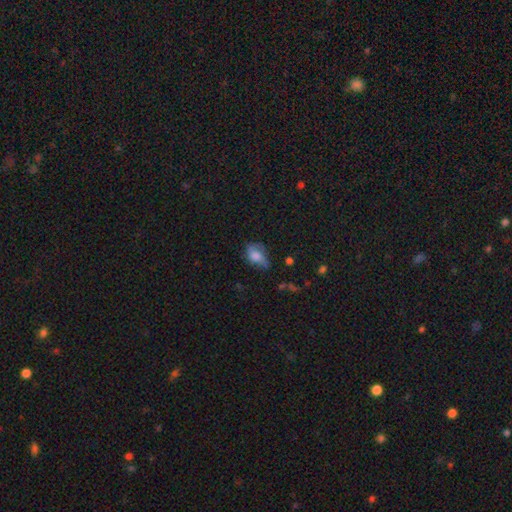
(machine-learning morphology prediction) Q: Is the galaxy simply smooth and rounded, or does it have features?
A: smooth — 66%.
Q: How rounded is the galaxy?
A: in between — 81%.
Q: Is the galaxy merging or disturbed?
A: none — 41%.